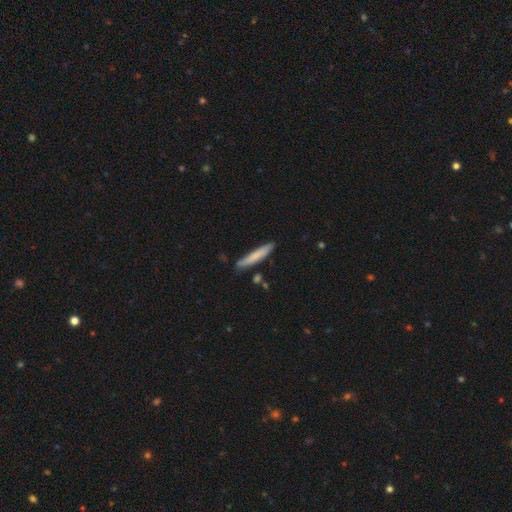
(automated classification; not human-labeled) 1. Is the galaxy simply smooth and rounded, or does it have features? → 73% smooth, 21% featured or disk, 6% star or artifact.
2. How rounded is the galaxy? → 93% cigar-shaped, 6% in between, 1% round.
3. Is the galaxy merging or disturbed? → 80% none, 14% minor disturbance, 3% merger, 2% major disturbance.